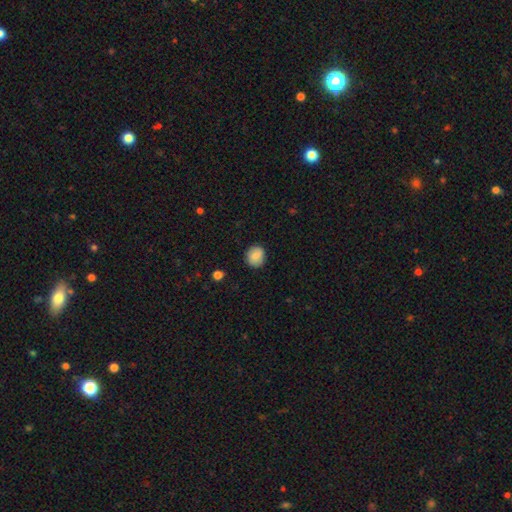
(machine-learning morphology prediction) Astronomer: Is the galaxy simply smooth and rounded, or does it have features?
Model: smooth — 82%.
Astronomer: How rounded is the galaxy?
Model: round — 81%.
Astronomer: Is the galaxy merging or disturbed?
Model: none — 87%.